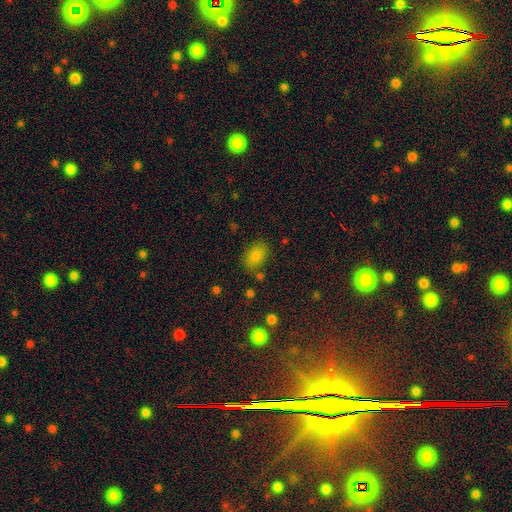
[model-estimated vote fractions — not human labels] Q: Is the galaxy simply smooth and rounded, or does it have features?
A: smooth — 82%.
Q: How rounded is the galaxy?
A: in between — 86%.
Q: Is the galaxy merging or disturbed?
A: none — 74%.